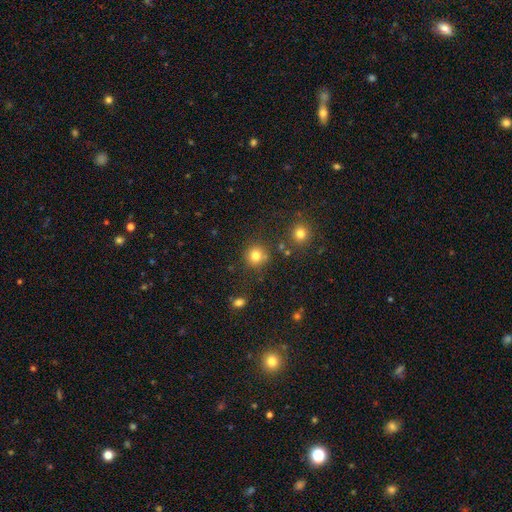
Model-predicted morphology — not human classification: Overall: smooth (80%). How rounded: round (91%). Merging: none (81%).